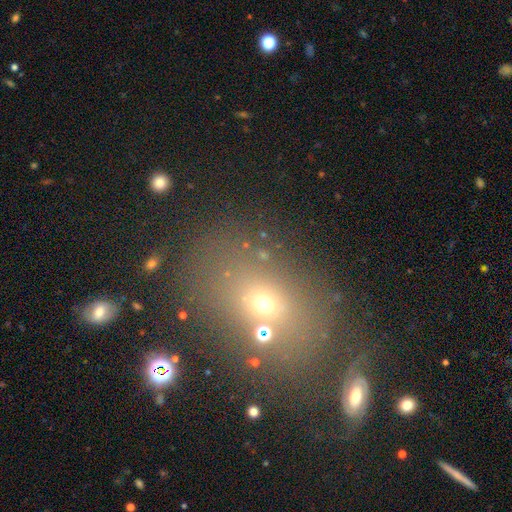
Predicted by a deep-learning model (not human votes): The model was most divided on "smooth or featured": smooth: 51%, star or artifact: 30%, featured or disk: 19%. More confident: merging — none (65%); how rounded — in between (63%).